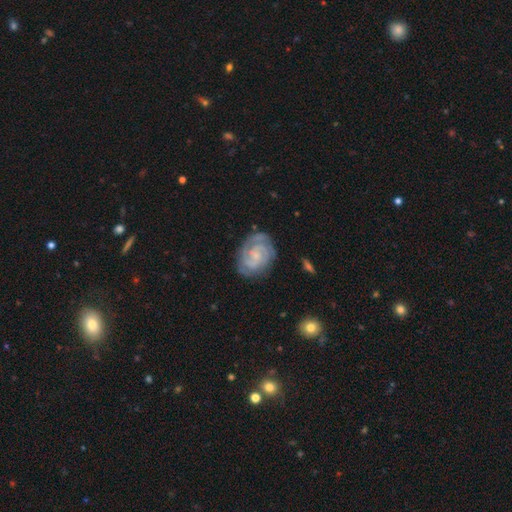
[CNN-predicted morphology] Smooth or featured? featured or disk (83%)
Edge-on disk? no (98%)
Bar? no (52%)
Spiral arms? yes (96%)
Spiral winding? tight (64%)
Spiral arm count? 2 (56%)
Bulge size? small (58%)
Merging? none (76%)